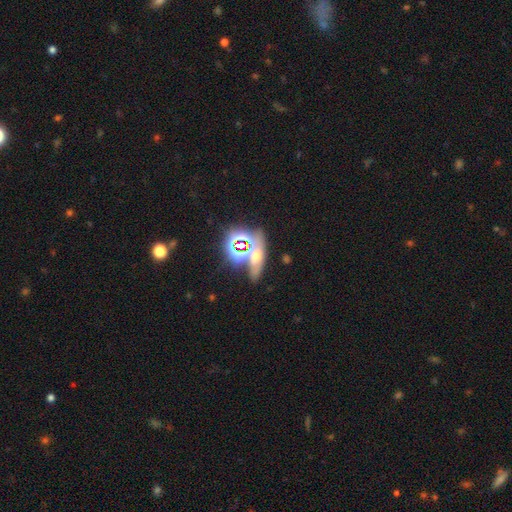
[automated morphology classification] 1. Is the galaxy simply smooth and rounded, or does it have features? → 40% star or artifact, 38% smooth, 21% featured or disk.